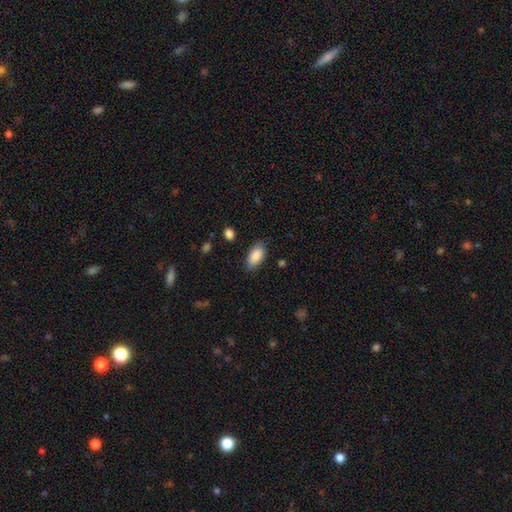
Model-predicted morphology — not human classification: type=smooth (88%); roundness=in between (92%); merging=none (82%).